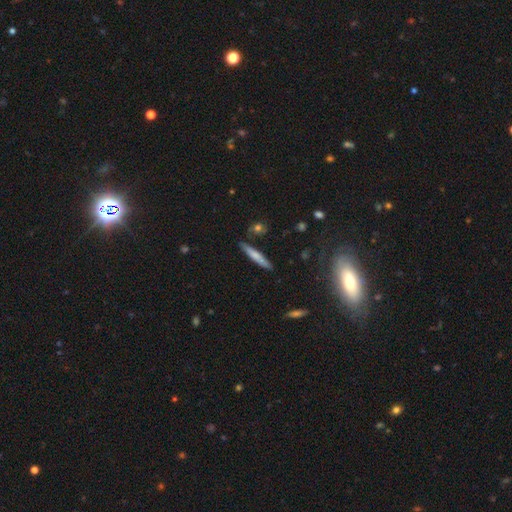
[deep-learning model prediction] The model was most divided on "smooth or featured": smooth: 65%, featured or disk: 29%, star or artifact: 6%. More confident: how rounded — cigar-shaped (92%); merging — none (84%).